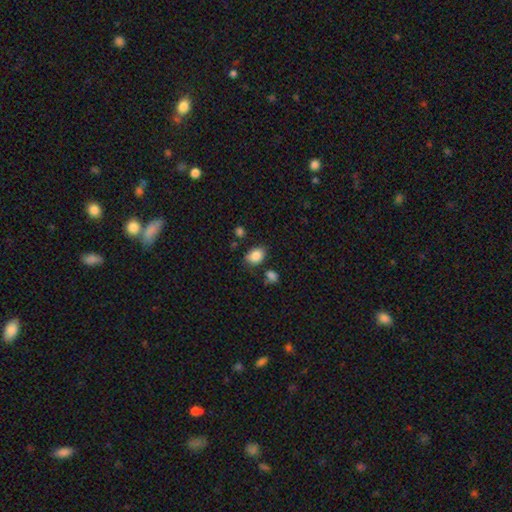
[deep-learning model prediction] Q: Smooth or featured?
A: smooth (86%); runner-up: star or artifact (9%)
Q: How rounded?
A: in between (71%); runner-up: round (28%)
Q: Merging?
A: none (70%); runner-up: minor disturbance (19%)